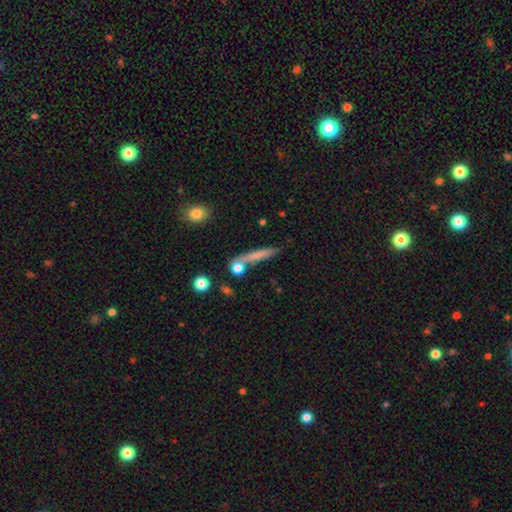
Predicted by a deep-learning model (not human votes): The model was most divided on "smooth or featured": smooth: 65%, featured or disk: 25%, star or artifact: 10%. More confident: how rounded — cigar-shaped (88%); merging — none (69%).